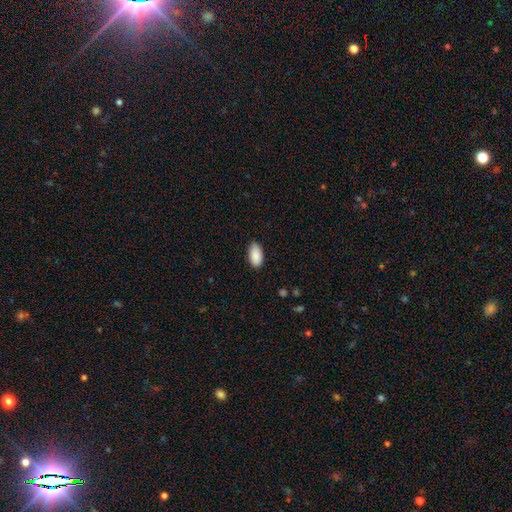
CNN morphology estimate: This is clearly a smooth galaxy (90%). How rounded: clearly in between (95%). Merging: clearly none (83%).